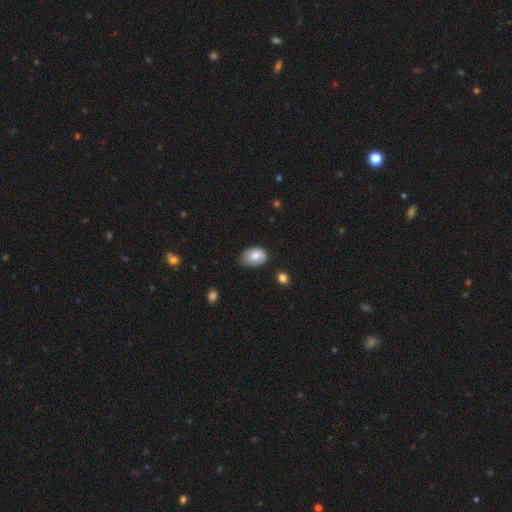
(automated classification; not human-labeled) Smooth or featured: smooth — 80% (featured or disk — 12%)
How rounded: in between — 86% (round — 13%)
Merging: none — 58% (minor disturbance — 34%)